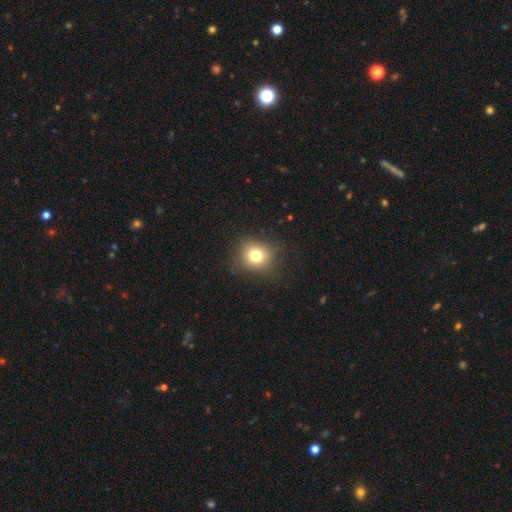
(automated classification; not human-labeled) A smooth galaxy with no disk features (76%) that is round (78%).

Vote fractions:
- Smooth or featured? smooth: 76% / star or artifact: 13% / featured or disk: 11%
- How rounded? round: 78% / in between: 21% / cigar-shaped: 1%
- Merging? none: 78% / minor disturbance: 15% / major disturbance: 6% / merger: 1%